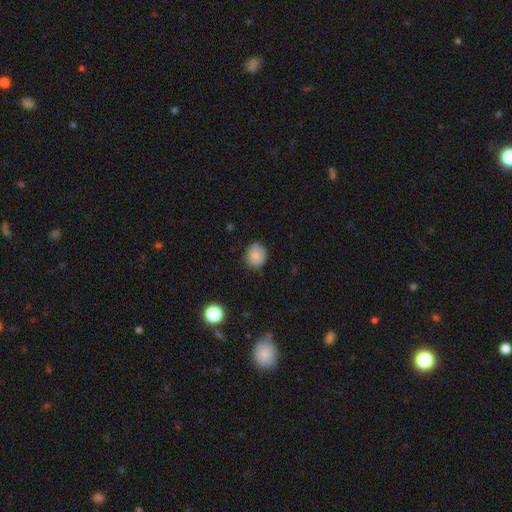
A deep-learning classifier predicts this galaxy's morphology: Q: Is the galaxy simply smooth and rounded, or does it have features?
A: smooth — 82%.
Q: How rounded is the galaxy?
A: round — 75%.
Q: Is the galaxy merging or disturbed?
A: none — 73%.